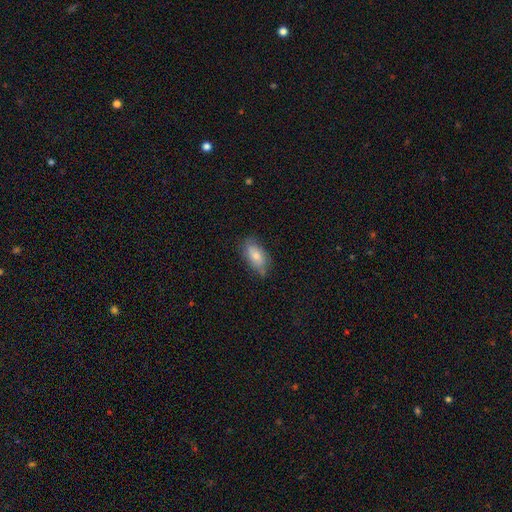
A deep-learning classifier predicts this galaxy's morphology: type=smooth (77%); roundness=in between (90%); merging=none (69%).